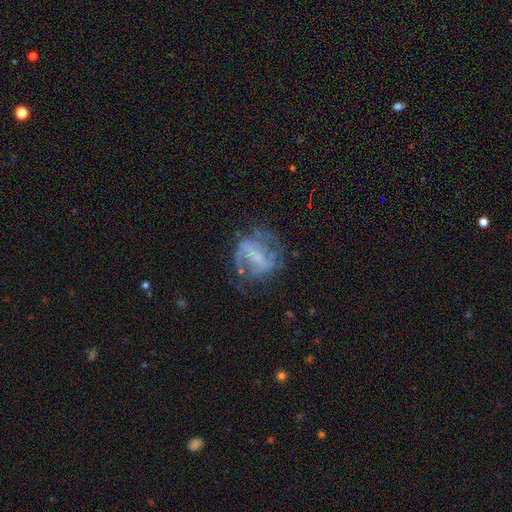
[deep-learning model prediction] This appears to be a featured or disk galaxy (74%) with a strong bar (46%), 2 (67%) medium (44%) spiral arms (77%) and no central bulge (43%). Merging: none (56%).